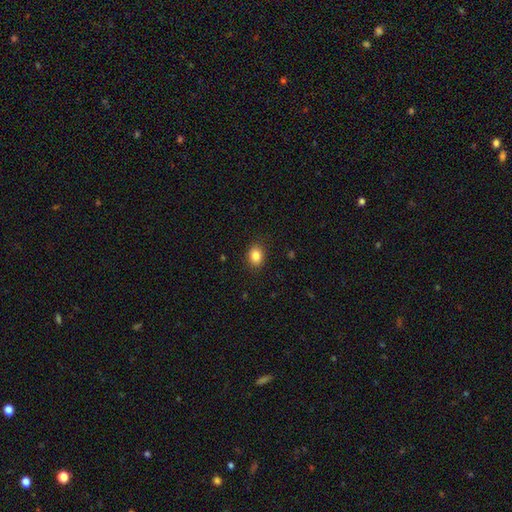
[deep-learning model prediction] This appears to be a smooth galaxy with no disk features (85%) that is in between round and cigar-shaped (66%). Merging: none (88%).